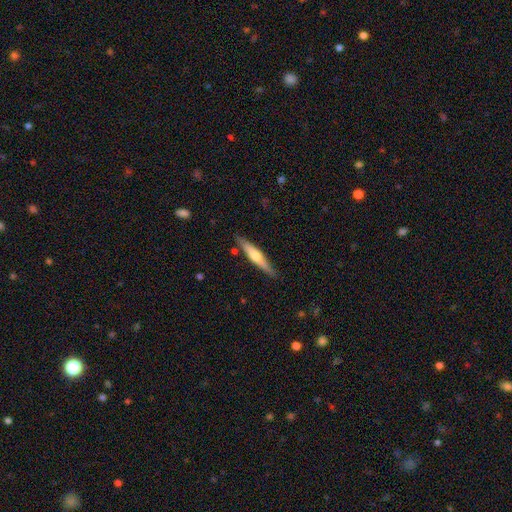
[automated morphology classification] A featured or disk galaxy (49%). Merging: none (85%).